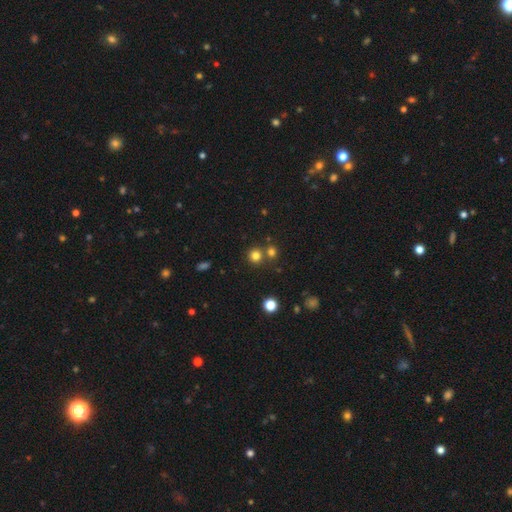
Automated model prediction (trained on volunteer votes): Smooth or featured? Predicted: smooth (p=0.77). How rounded? Predicted: round (p=0.92). Merging? Predicted: none (p=0.71).